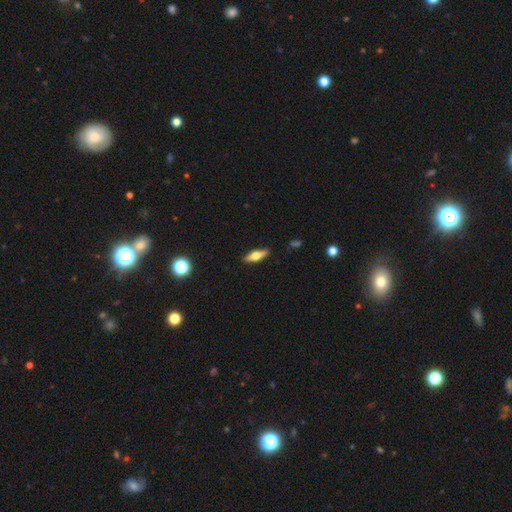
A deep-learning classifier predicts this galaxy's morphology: Q: Smooth or featured?
A: featured or disk (52%); runner-up: smooth (41%)
Q: Edge-on disk?
A: yes (91%); runner-up: no (9%)
Q: Merging?
A: none (88%); runner-up: minor disturbance (9%)